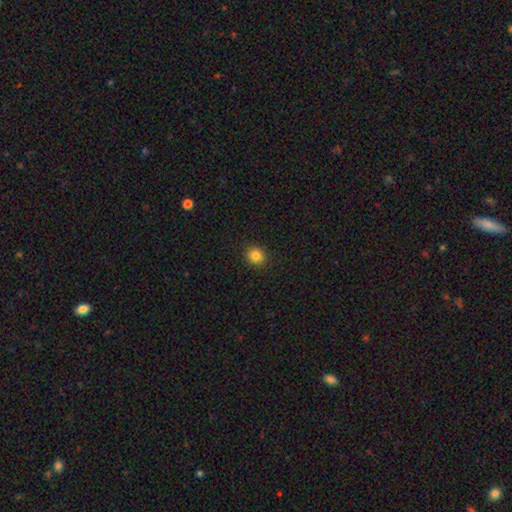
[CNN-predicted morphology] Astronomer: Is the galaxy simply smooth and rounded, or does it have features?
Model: smooth — 83%.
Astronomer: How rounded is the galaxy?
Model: round — 85%.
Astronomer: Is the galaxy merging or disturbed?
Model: none — 92%.